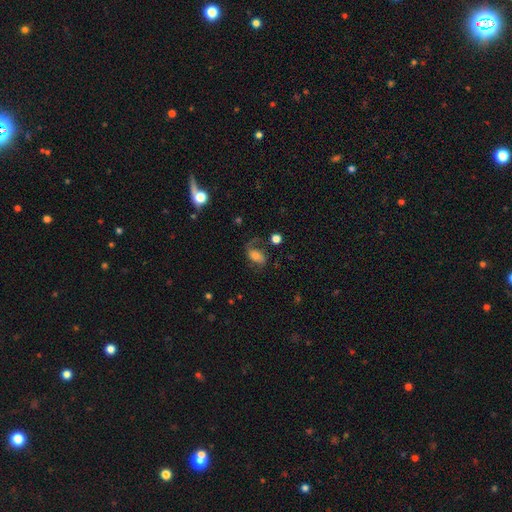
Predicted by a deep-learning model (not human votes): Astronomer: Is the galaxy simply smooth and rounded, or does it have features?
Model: featured or disk — 58%.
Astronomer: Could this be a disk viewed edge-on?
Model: no — 96%.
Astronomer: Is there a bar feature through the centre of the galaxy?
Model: no — 49% (runner-up: weak, 34%).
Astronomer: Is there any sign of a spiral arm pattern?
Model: yes — 88%.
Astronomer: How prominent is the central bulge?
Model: moderate — 45% (runner-up: small, 31%).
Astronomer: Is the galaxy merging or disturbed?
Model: none — 53%.